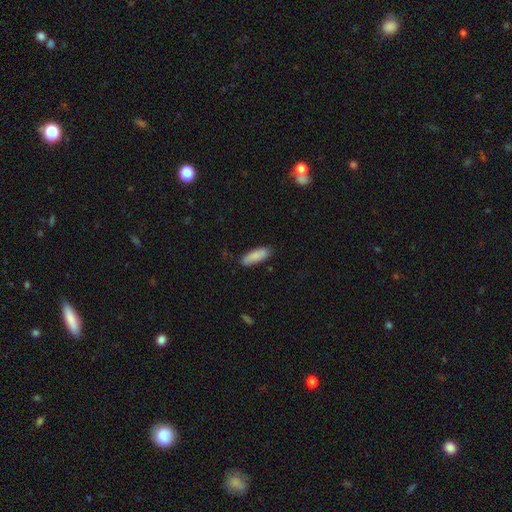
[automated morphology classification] smooth-or-featured: smooth: 85% | featured or disk: 9% | star or artifact: 6%
  how-rounded: in between: 60% | cigar-shaped: 39% | round: 2%
  merging: none: 83% | minor disturbance: 13% | major disturbance: 2% | merger: 1%